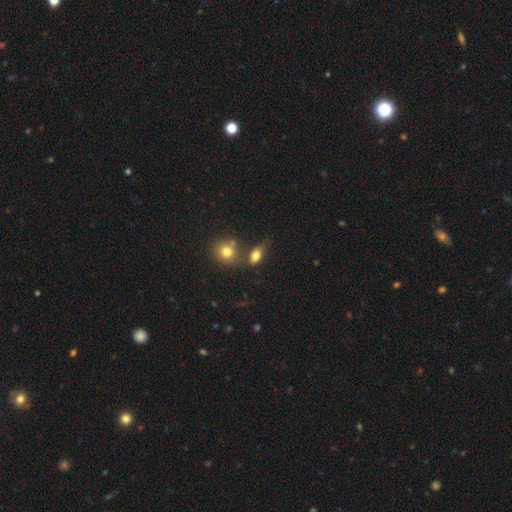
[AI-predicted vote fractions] A smooth galaxy with no disk features (76%) that is in between round and cigar-shaped (77%). Merging: none (49%).